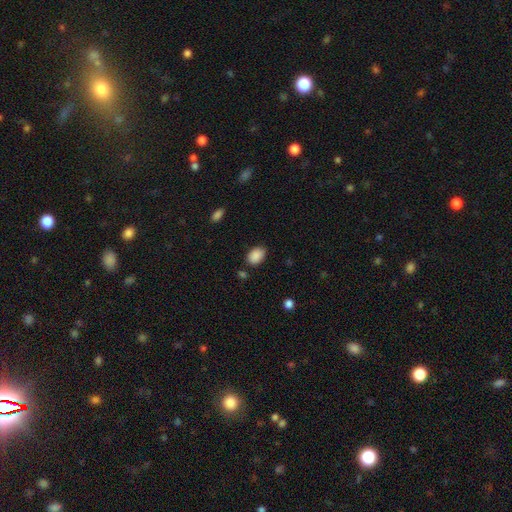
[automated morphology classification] Q: Smooth or featured?
A: smooth (89%); runner-up: star or artifact (8%)
Q: How rounded?
A: in between (81%); runner-up: round (18%)
Q: Merging?
A: none (81%); runner-up: minor disturbance (13%)